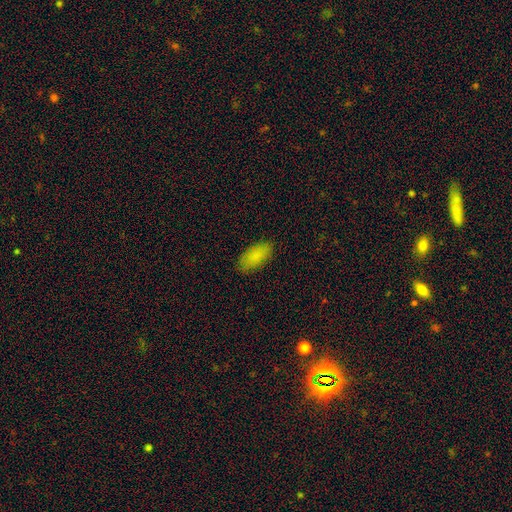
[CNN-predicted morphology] This is clearly a smooth galaxy (87%). How rounded: clearly in between (91%). Merging: clearly none (86%).